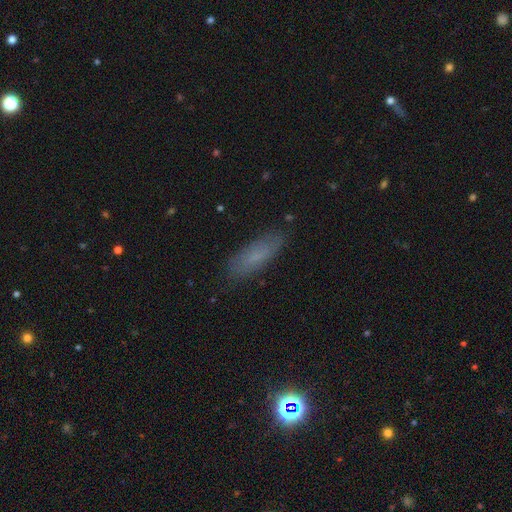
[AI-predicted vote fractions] This appears to be a smooth galaxy with no disk features (68%) that is in between round and cigar-shaped (49%, tied with cigar-shaped). Merging: none (83%).